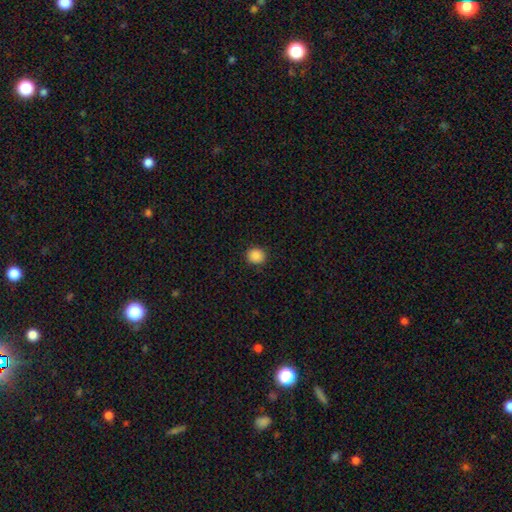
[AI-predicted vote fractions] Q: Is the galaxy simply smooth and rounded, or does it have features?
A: smooth — 88%.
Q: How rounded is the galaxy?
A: round — 83%.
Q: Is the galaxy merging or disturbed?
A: none — 91%.